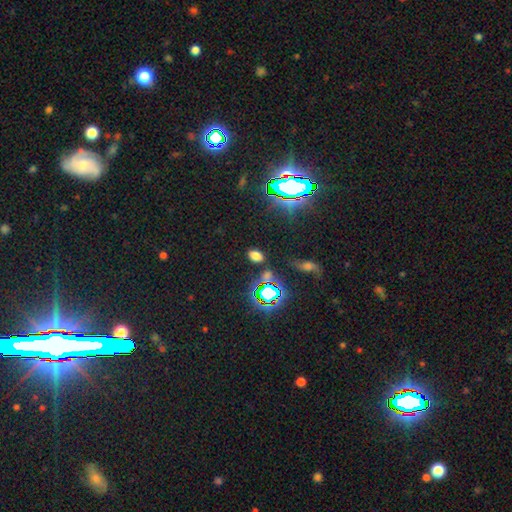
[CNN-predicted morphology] type=smooth (63%); roundness=in between (86%); merging=none (85%).